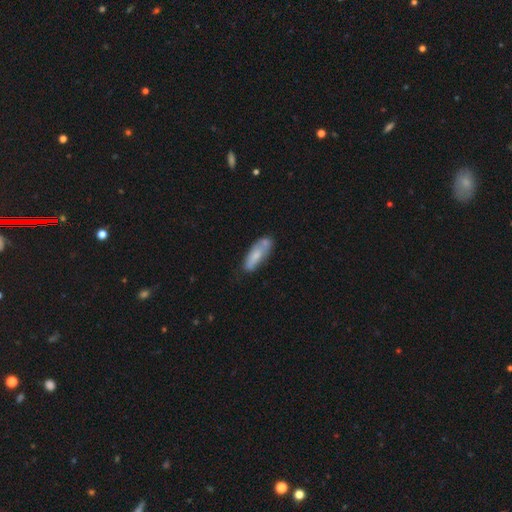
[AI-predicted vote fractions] A smooth galaxy with no disk features (66%) that is in between round and cigar-shaped (56%). Merging: none (56%).